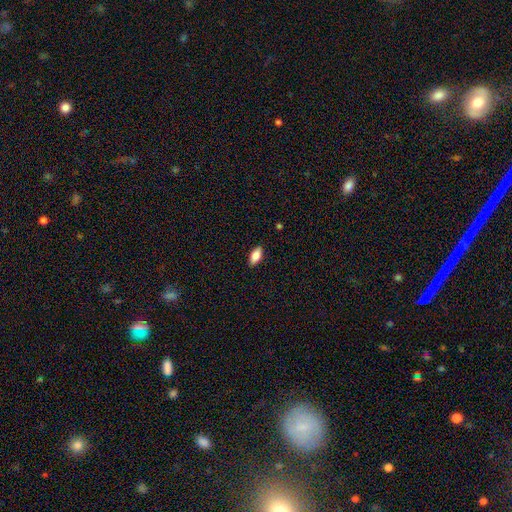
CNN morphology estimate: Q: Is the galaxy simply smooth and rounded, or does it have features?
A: smooth — 80%.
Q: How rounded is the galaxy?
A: in between — 88%.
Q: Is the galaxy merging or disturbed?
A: none — 88%.